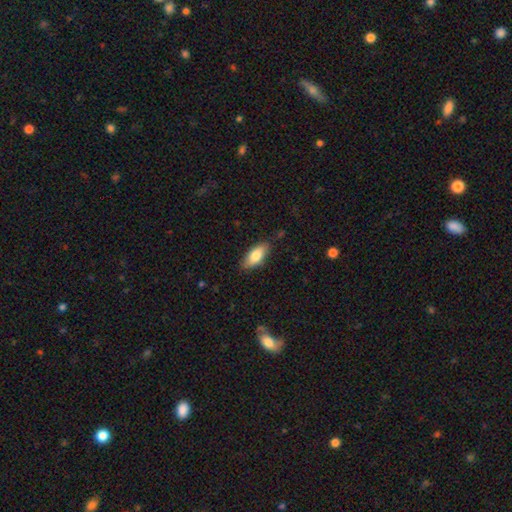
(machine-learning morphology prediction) This is likely a smooth galaxy (79%). How rounded: clearly in between (85%). Merging: clearly none (82%).